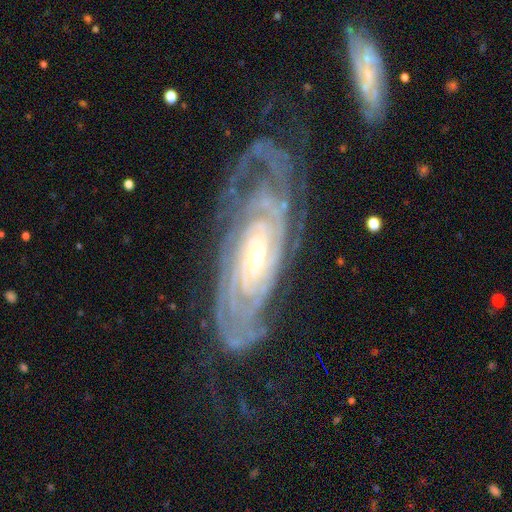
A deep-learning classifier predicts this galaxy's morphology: Smooth or featured? Predicted: featured or disk (p=0.90). Edge-on disk? Predicted: no (p=0.92). Bar? Predicted: no (p=0.53). Spiral arms? Predicted: yes (p=0.98). Spiral winding? Predicted: tight (p=0.79). Spiral arm count? Predicted: can't tell (p=0.30). Bulge size? Predicted: small (p=0.63). Merging? Predicted: none (p=0.67).